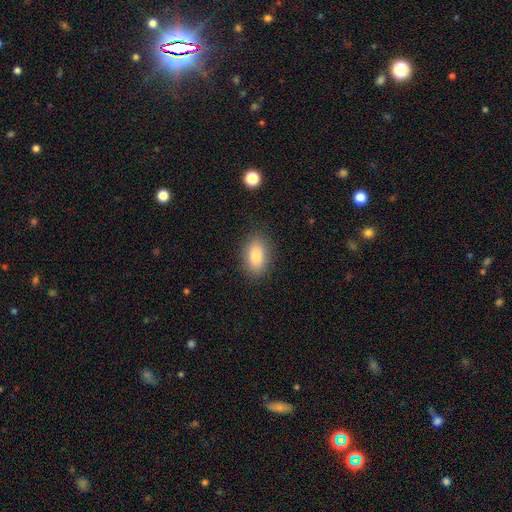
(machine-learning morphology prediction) Smooth or featured? Predicted: smooth (p=0.85). How rounded? Predicted: in between (p=0.90). Merging? Predicted: none (p=0.86).